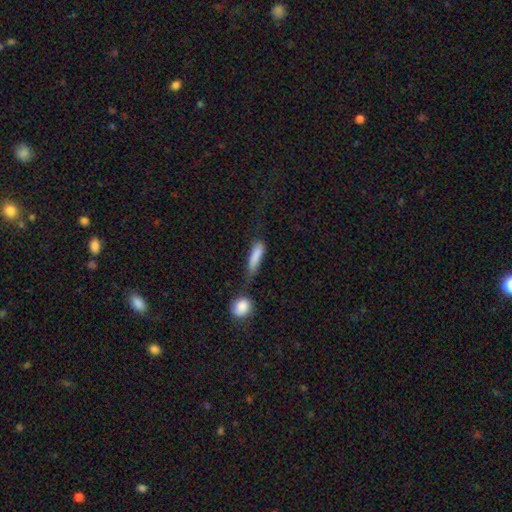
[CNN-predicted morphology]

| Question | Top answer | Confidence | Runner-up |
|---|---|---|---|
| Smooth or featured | smooth | 82% | featured or disk (10%) |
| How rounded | cigar-shaped | 66% | in between (30%) |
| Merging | none | 39% | minor disturbance (24%) |